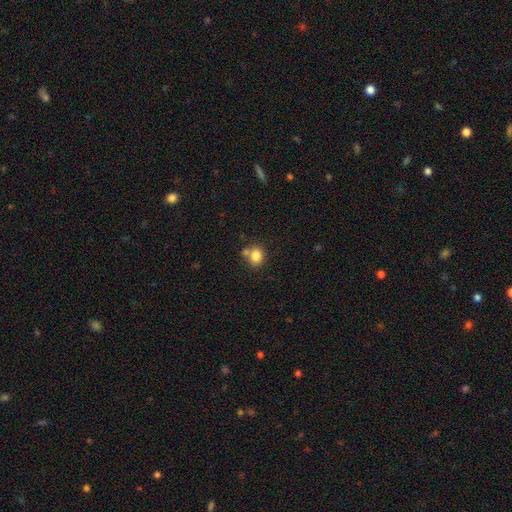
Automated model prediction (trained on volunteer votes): The model was most divided on "how rounded": round: 60%, in between: 39%, cigar-shaped: 1%. More confident: smooth or featured — smooth (83%); merging — none (61%).